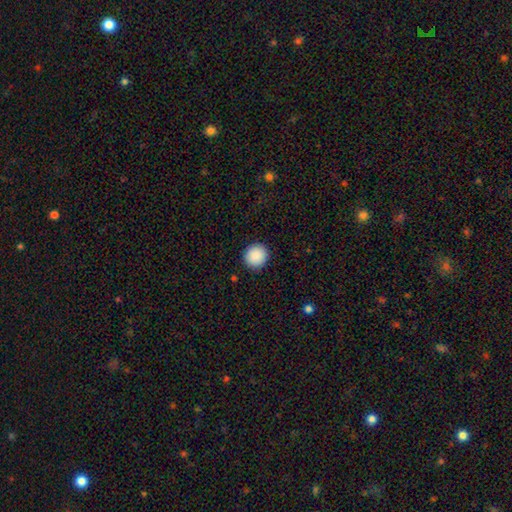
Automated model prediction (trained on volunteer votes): Smooth or featured? smooth (90%)
How rounded? round (94%)
Merging? none (92%)